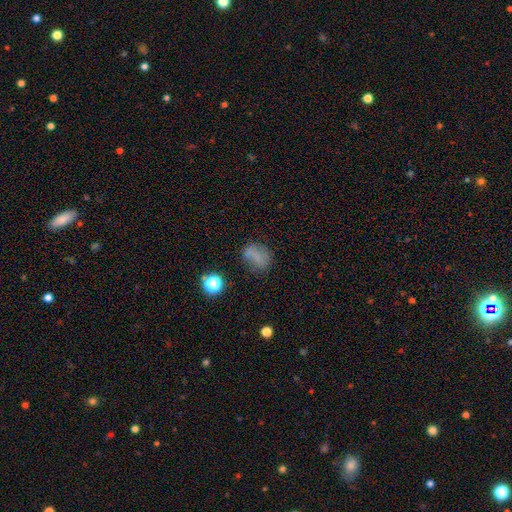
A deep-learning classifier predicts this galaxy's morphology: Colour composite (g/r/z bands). It shows a smooth galaxy with no disk features (65%) that is in between round and cigar-shaped (53%). Merging: none (61%).